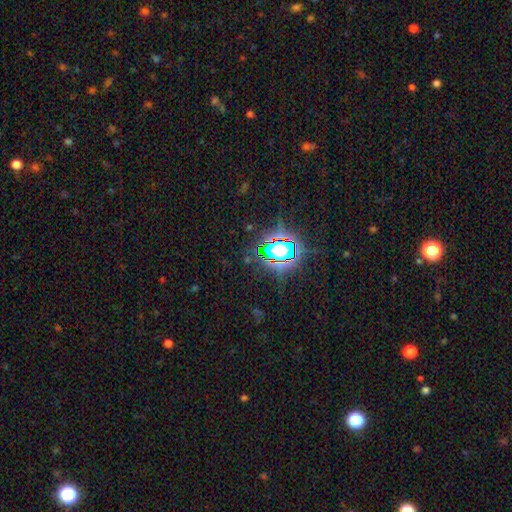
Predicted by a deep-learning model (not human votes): The model was most divided on "smooth or featured": star or artifact: 82%, smooth: 11%, featured or disk: 7%.